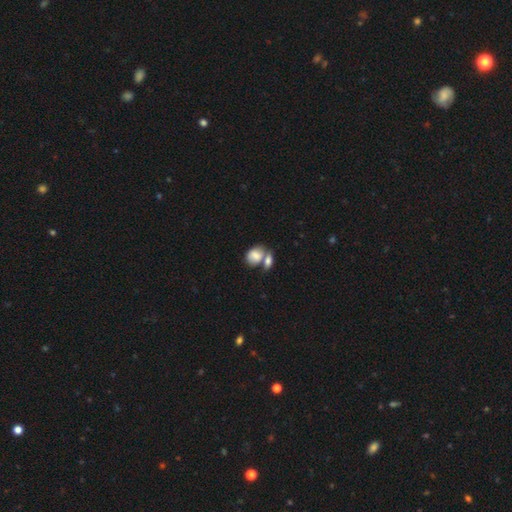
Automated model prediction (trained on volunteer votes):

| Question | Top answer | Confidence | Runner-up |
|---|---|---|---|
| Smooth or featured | smooth | 79% | featured or disk (14%) |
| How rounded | in between | 62% | round (36%) |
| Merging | merger | 56% | none (28%) |